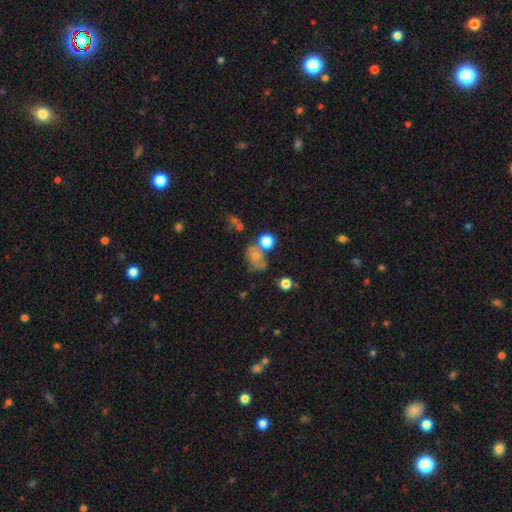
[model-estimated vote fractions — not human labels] Overall: smooth (57%; featured or disk 26%). How rounded: in between (52%; round 47%). Merging: none (36%; merger 26%).